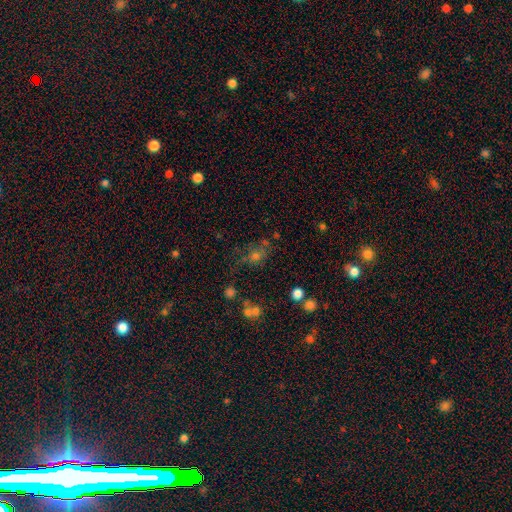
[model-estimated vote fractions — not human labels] Morphology: type=smooth (51%); roundness=round (52%); merging=none (57%).